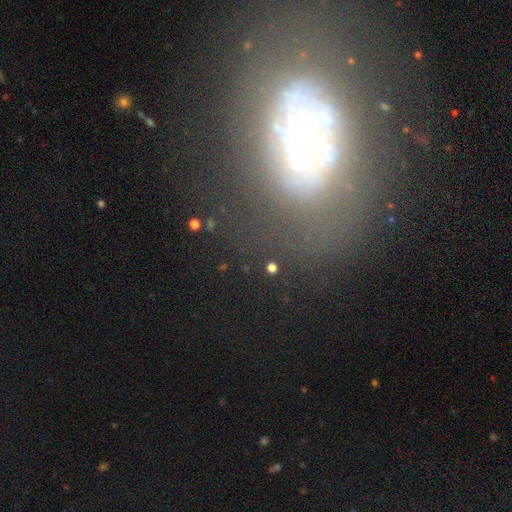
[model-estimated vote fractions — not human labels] This is likely a featured or disk galaxy (73%). It is clearly not viewed edge-on (94%). Bar: likely no (78%). Spiral arm pattern: likely yes (68%). Central bulge: possibly small (57%). Merging: likely none (62%).